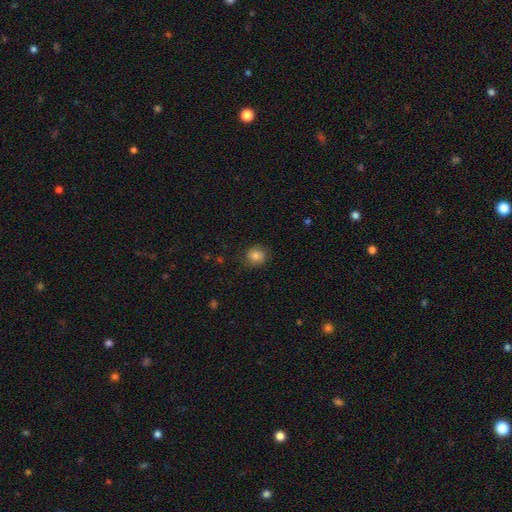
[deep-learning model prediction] Morphology: type=smooth (80%); roundness=round (84%); merging=none (81%).